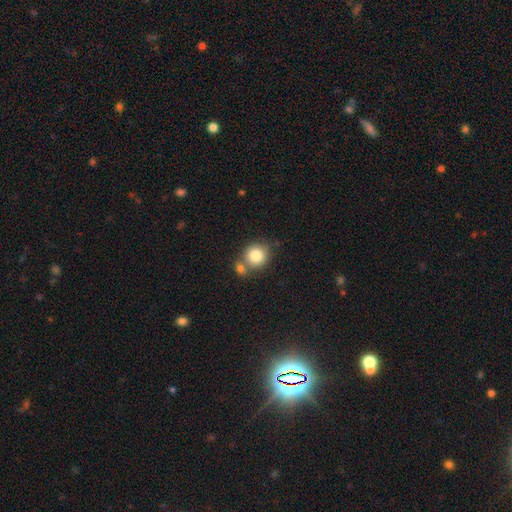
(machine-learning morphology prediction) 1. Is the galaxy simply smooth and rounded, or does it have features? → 82% smooth, 9% star or artifact, 8% featured or disk.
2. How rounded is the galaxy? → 84% round, 15% in between, 1% cigar-shaped.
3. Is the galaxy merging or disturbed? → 56% none, 30% merger, 10% minor disturbance, 3% major disturbance.